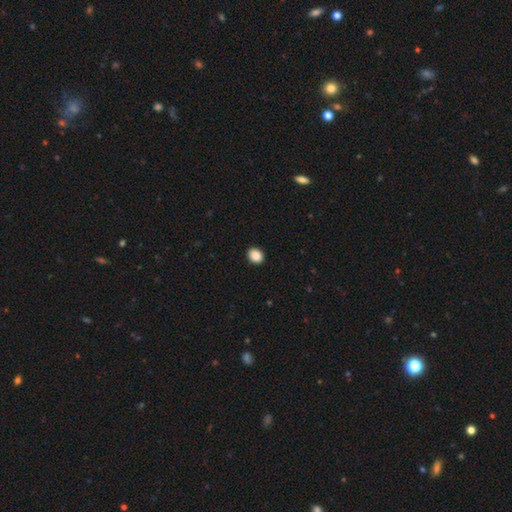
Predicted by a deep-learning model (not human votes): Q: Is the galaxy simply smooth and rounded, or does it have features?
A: smooth — 89%.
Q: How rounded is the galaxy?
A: round — 53%.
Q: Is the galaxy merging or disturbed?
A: none — 92%.